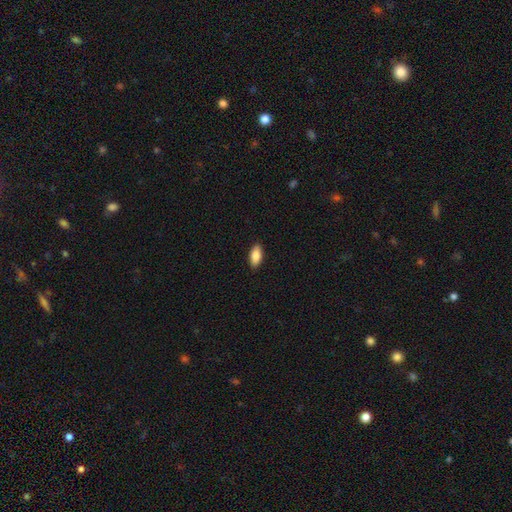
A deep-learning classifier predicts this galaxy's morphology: smooth 88%, star or artifact 6%, featured or disk 6%. Down the decision tree: how rounded — in between (88%); merging — none (89%).